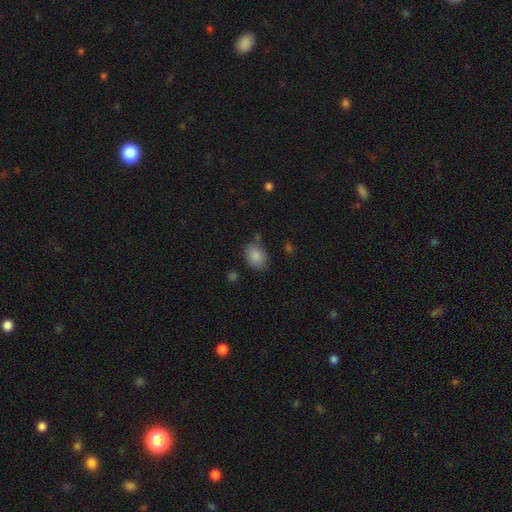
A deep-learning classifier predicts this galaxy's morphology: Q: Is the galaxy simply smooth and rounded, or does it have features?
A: smooth — 86%.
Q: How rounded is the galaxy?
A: in between — 71%.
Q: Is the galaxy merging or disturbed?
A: none — 72%.